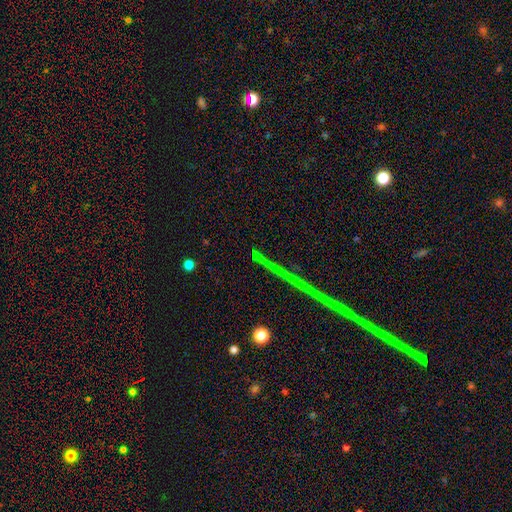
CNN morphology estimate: Smooth or featured: star or artifact — 74% (smooth — 14%)